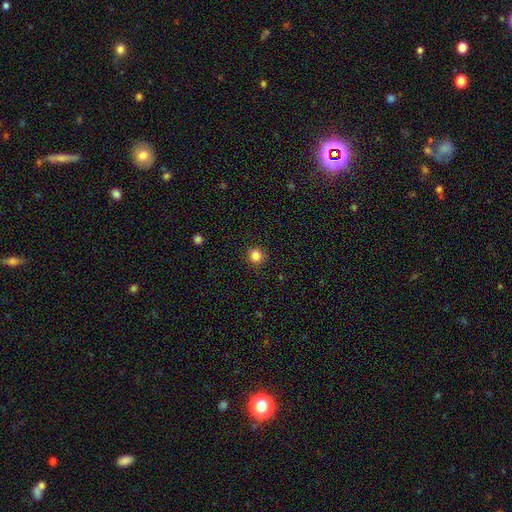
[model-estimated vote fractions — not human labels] This appears to be a smooth galaxy with no disk features (84%) that is round (91%). Merging: none (90%).